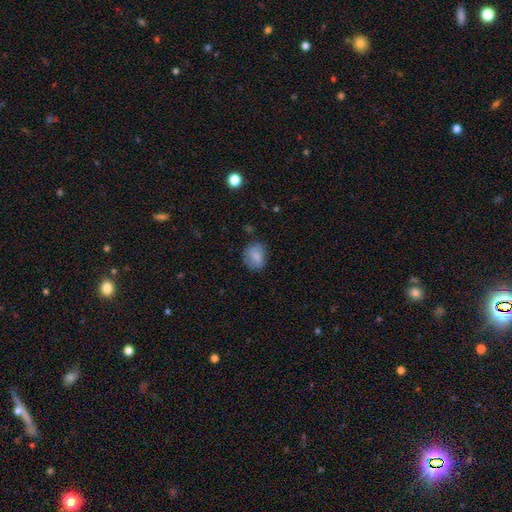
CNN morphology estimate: This is clearly a smooth galaxy (80%). How rounded: possibly round (53%). Merging: likely none (73%).